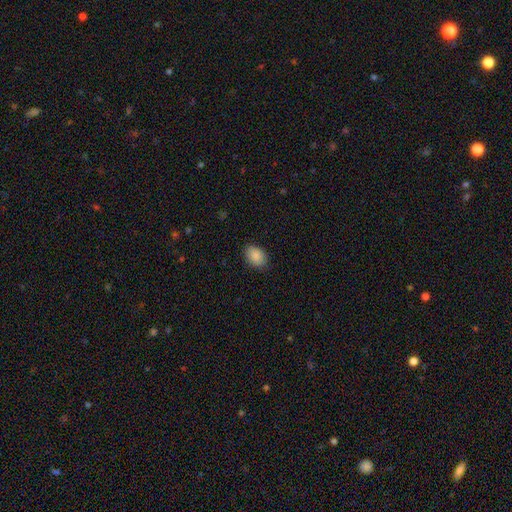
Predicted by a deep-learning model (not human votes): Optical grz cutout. It shows a smooth galaxy with no disk features (88%) that is in between round and cigar-shaped (81%). Merging: none (87%).